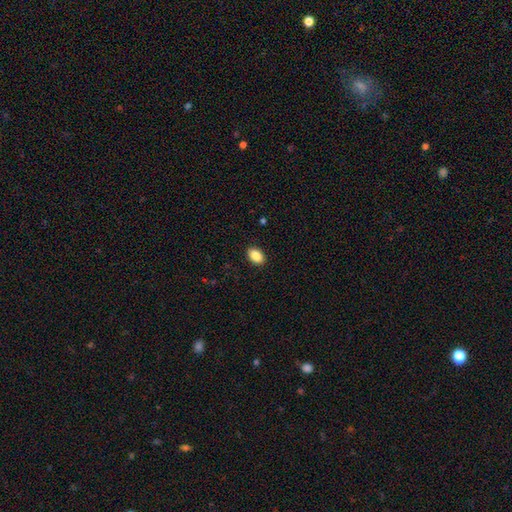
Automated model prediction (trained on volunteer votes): smooth-or-featured: smooth: 88% | star or artifact: 8% | featured or disk: 4%
  how-rounded: in between: 88% | round: 10% | cigar-shaped: 1%
  merging: none: 90% | minor disturbance: 7% | major disturbance: 2% | merger: 1%